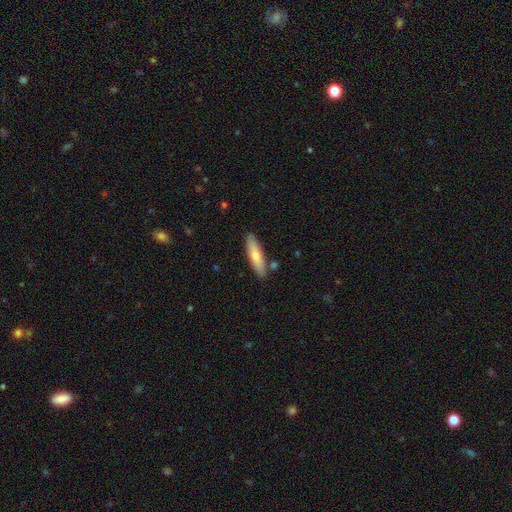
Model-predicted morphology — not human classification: Smooth or featured?
  - smooth: 70% *
  - featured or disk: 25%
  - star or artifact: 5%
How rounded?
  - cigar-shaped: 70% *
  - in between: 28%
  - round: 2%
Merging?
  - none: 84% *
  - minor disturbance: 10%
  - merger: 4%
  - major disturbance: 2%